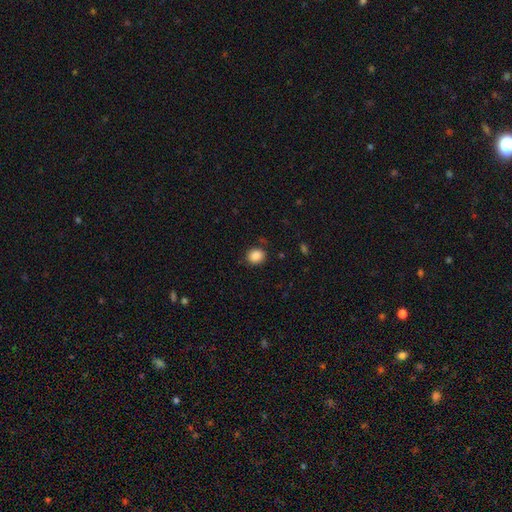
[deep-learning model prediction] Morphology: type=smooth (88%); roundness=round (75%); merging=none (85%).